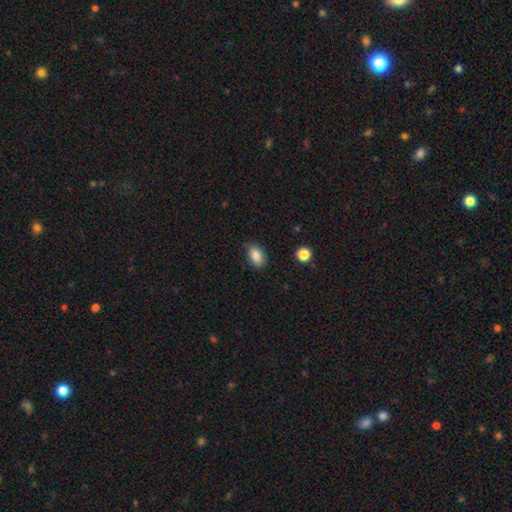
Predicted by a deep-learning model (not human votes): smooth_or_featured: smooth (p=0.84) [alt: star or artifact p=0.09]
how_rounded: in between (p=0.86) [alt: round p=0.12]
merging: none (p=0.82) [alt: minor disturbance p=0.14]